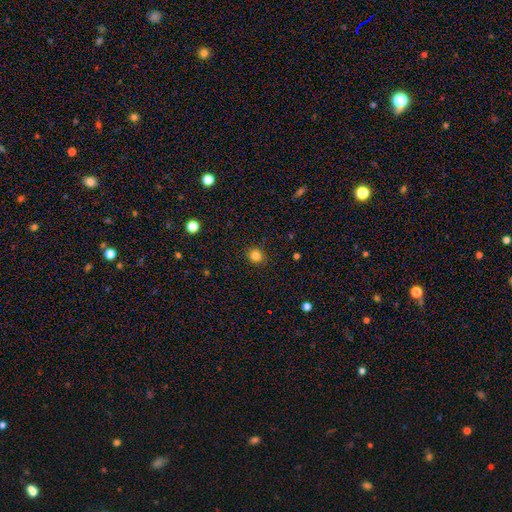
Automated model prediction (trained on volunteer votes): Smooth or featured? Predicted: smooth (p=0.82). How rounded? Predicted: round (p=0.87). Merging? Predicted: none (p=0.89).